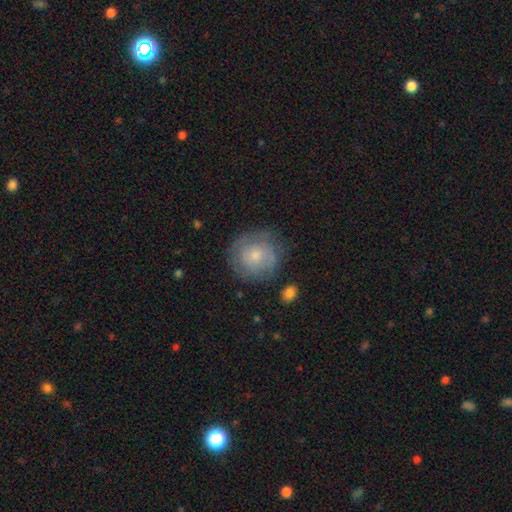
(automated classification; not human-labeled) smooth_or_featured: smooth (p=0.47) [alt: featured or disk p=0.45]
merging: none (p=0.73) [alt: minor disturbance p=0.18]